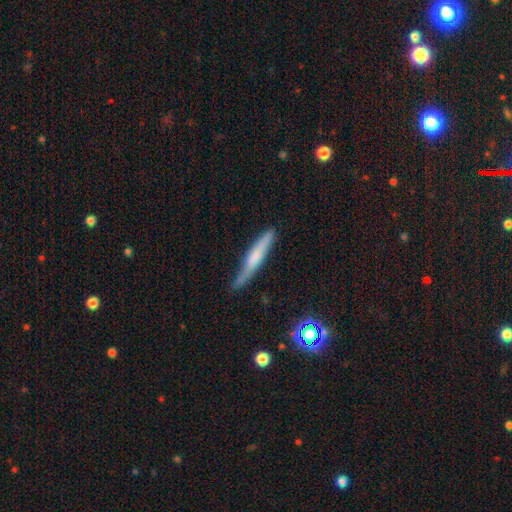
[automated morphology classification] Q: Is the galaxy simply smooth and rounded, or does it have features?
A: smooth — 50%.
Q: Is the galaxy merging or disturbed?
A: none — 67%.